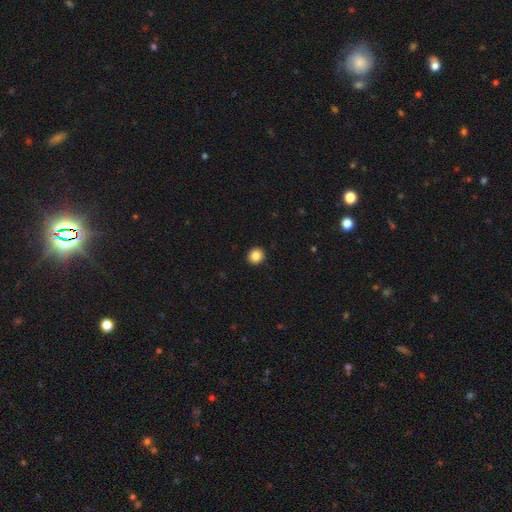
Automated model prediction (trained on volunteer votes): Overall: smooth (86%). How rounded: round (93%). Merging: none (93%).